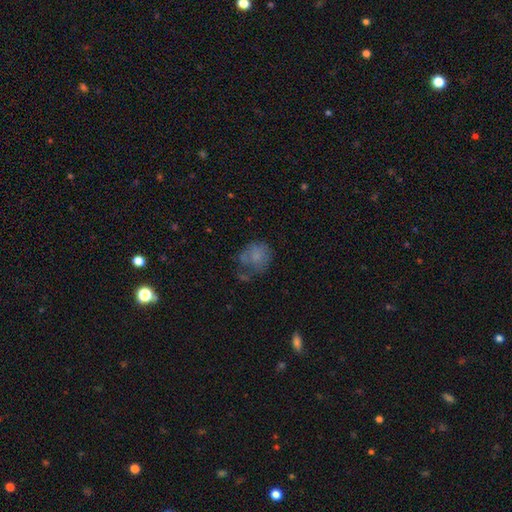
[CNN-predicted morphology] smooth 64%, featured or disk 25%, star or artifact 11%. Down the decision tree: how rounded — round (64%); merging — none (37%).